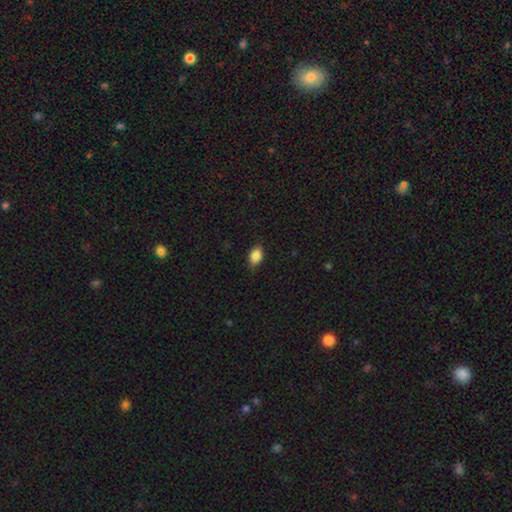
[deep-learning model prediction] Smooth or featured?
  - smooth: 85% *
  - star or artifact: 9%
  - featured or disk: 6%
How rounded?
  - in between: 82% *
  - round: 15%
  - cigar-shaped: 2%
Merging?
  - none: 79% *
  - minor disturbance: 17%
  - major disturbance: 3%
  - merger: 1%